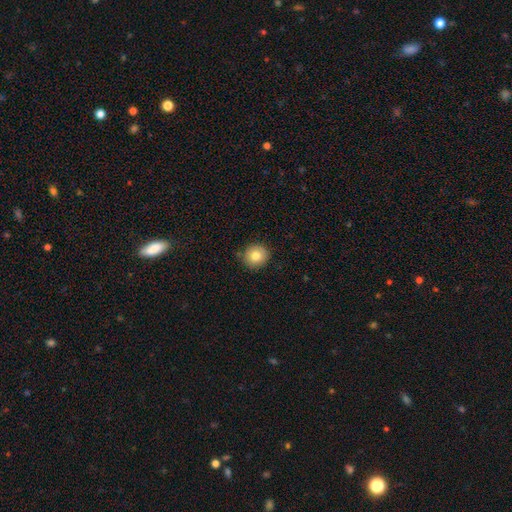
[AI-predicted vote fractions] smooth 81%, star or artifact 10%, featured or disk 10%. Down the decision tree: how rounded — round (91%); merging — none (87%).